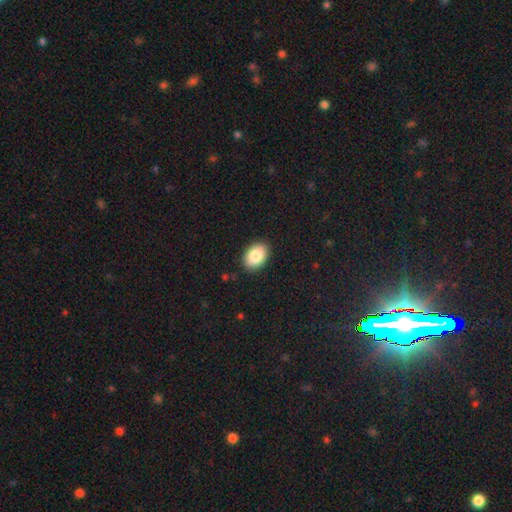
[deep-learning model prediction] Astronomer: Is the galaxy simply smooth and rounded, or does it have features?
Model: smooth — 86%.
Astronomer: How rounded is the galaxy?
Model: in between — 85%.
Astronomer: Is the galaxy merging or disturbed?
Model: none — 89%.